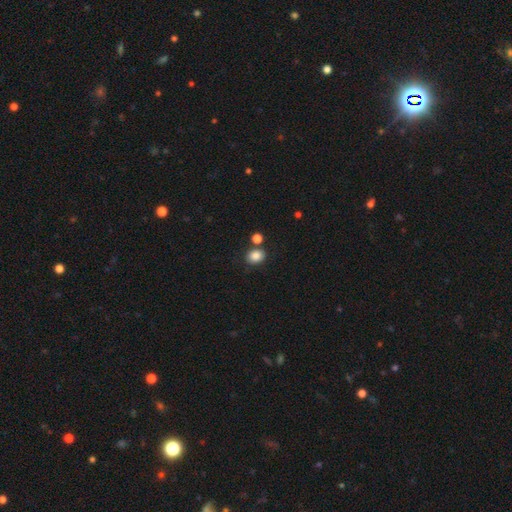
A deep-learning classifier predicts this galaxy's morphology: smooth 84%, star or artifact 10%, featured or disk 5%. Down the decision tree: how rounded — round (52%); merging — none (73%).